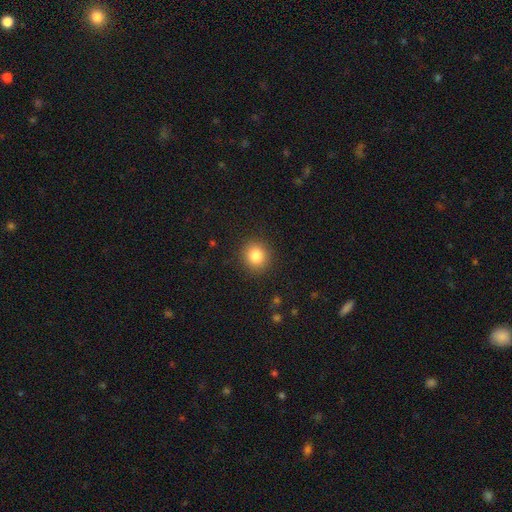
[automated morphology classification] A smooth galaxy with no disk features (83%) that is round (89%).

Vote fractions:
- Smooth or featured? smooth: 83% / star or artifact: 10% / featured or disk: 6%
- How rounded? round: 89% / in between: 10% / cigar-shaped: 1%
- Merging? none: 90% / minor disturbance: 6% / major disturbance: 2% / merger: 1%